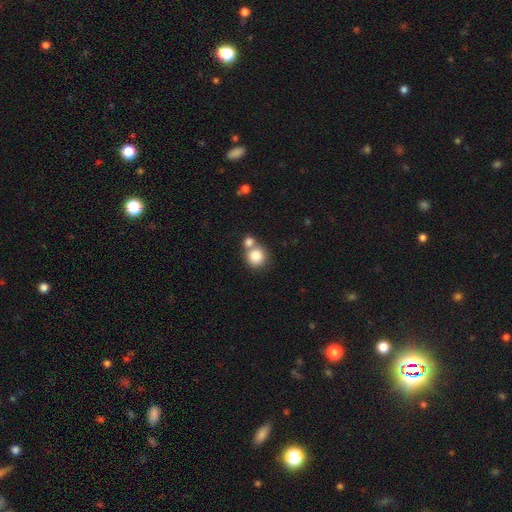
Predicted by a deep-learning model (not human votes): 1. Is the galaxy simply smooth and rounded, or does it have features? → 84% smooth, 9% star or artifact, 7% featured or disk.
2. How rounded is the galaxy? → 88% round, 11% in between, 1% cigar-shaped.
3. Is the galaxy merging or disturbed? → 48% none, 41% merger, 8% minor disturbance, 4% major disturbance.